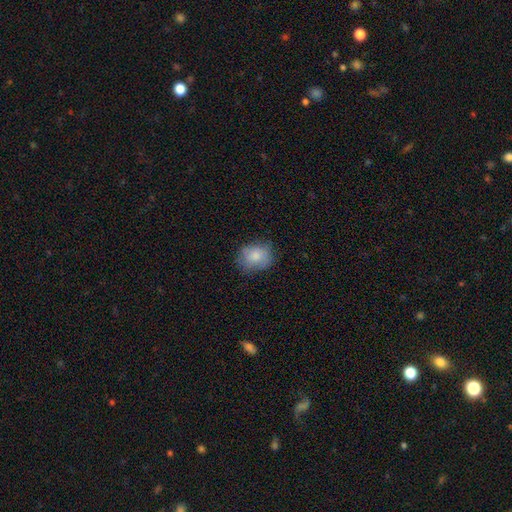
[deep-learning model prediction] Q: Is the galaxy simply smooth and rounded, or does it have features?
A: smooth — 80%.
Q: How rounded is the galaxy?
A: round — 53%.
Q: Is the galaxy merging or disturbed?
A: none — 68%.